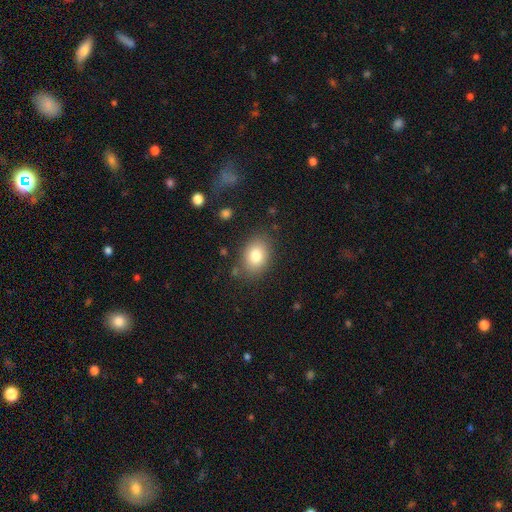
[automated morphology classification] A smooth galaxy with no disk features (81%) that is in between round and cigar-shaped (73%). Merging: none (80%).